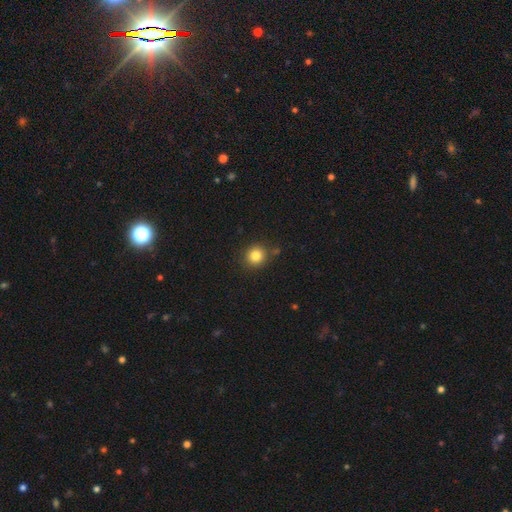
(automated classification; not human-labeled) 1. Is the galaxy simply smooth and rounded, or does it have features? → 83% smooth, 11% star or artifact, 5% featured or disk.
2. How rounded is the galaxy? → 90% round, 9% in between, 1% cigar-shaped.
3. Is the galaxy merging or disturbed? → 84% none, 10% minor disturbance, 4% merger, 3% major disturbance.